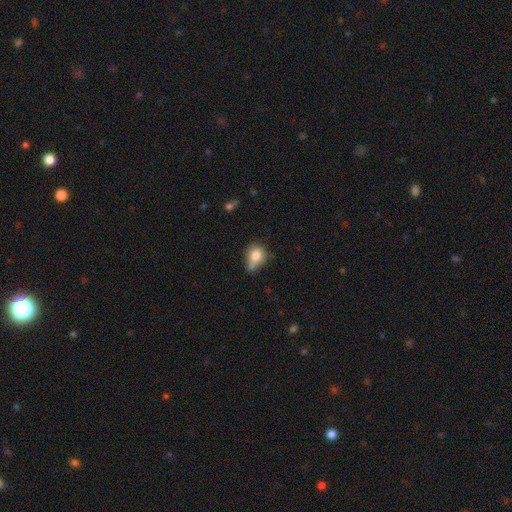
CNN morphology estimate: This is likely a smooth galaxy (76%). How rounded: possibly round (51%). Merging: marginally none (39%).